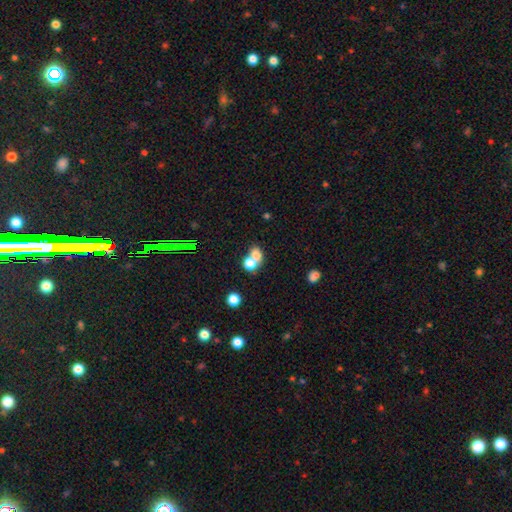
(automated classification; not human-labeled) Smooth or featured?
  - smooth: 73% *
  - featured or disk: 14%
  - star or artifact: 13%
How rounded?
  - round: 51% *
  - in between: 48%
  - cigar-shaped: 1%
Merging?
  - merger: 59% *
  - none: 29%
  - minor disturbance: 7%
  - major disturbance: 4%